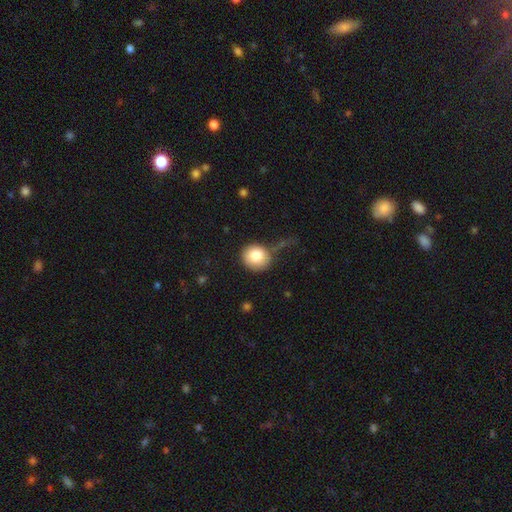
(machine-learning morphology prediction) A smooth galaxy with no disk features (82%) that is round (89%). Merging: none (68%).